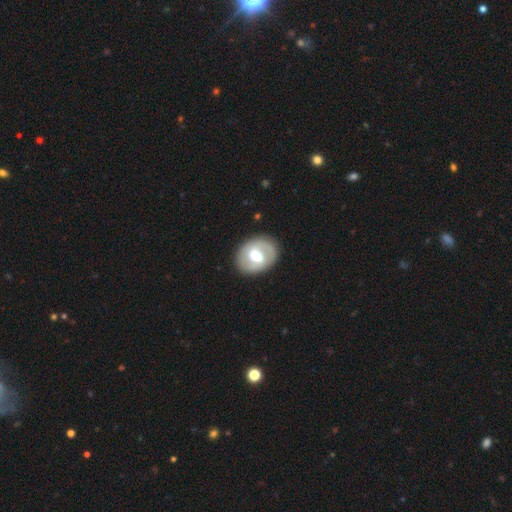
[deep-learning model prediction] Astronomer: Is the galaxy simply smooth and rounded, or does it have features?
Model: featured or disk — 62%.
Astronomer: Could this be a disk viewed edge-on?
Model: no — 95%.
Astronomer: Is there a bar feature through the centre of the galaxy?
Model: weak — 48% (runner-up: strong, 28%).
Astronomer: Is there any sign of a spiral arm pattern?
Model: yes — 55% (runner-up: no, 45%).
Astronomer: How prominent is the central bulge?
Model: moderate — 66%.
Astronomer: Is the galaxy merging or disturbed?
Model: none — 82%.